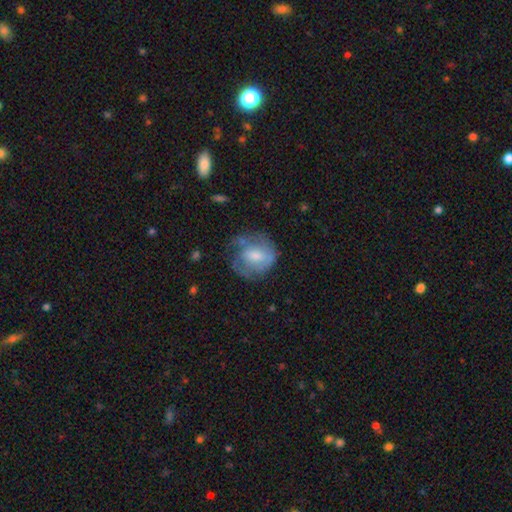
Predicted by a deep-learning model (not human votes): smooth_or_featured: featured or disk (p=0.49) [alt: smooth p=0.44]
merging: none (p=0.47) [alt: minor disturbance p=0.27]